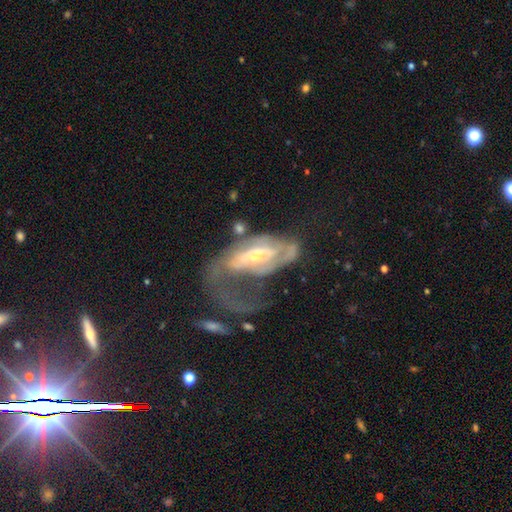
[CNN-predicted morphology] type=featured or disk (74%); edge-on=no (91%); bar=no (45%); spiral arms=yes (70%); bulge=small (45%); merging=major disturbance (57%).